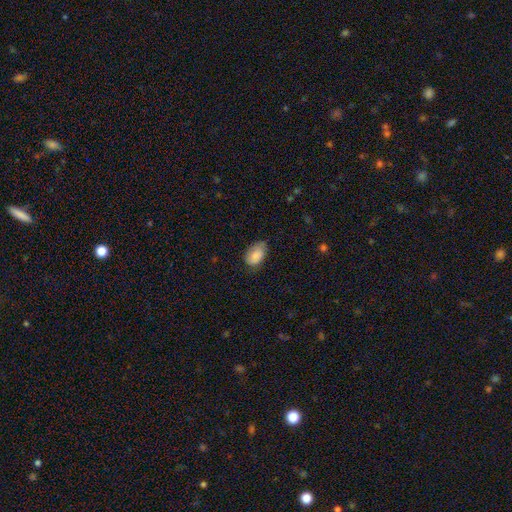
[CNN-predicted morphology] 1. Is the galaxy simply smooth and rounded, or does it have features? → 80% smooth, 13% featured or disk, 7% star or artifact.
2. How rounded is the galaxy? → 90% in between, 9% round, 1% cigar-shaped.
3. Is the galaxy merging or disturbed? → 62% none, 30% minor disturbance, 7% major disturbance, 1% merger.